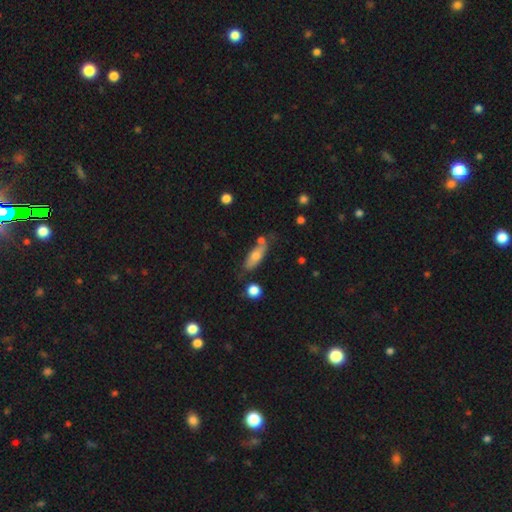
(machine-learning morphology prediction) smooth_or_featured: smooth (p=0.62) [alt: featured or disk p=0.31]
how_rounded: in between (p=0.62) [alt: cigar-shaped p=0.35]
merging: none (p=0.60) [alt: minor disturbance p=0.21]